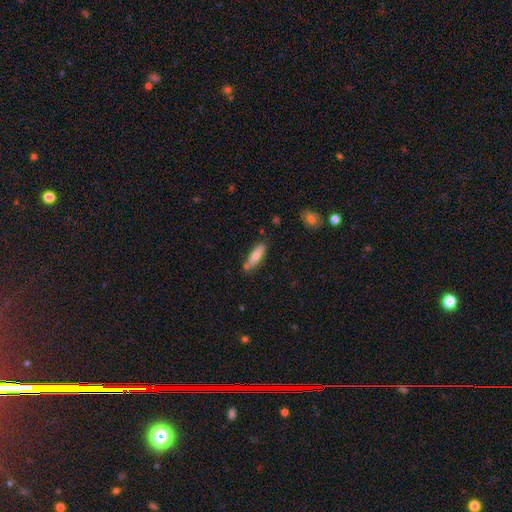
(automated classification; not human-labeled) smooth_or_featured: smooth (p=0.73) [alt: featured or disk p=0.20]
how_rounded: cigar-shaped (p=0.56) [alt: in between p=0.42]
merging: none (p=0.70) [alt: minor disturbance p=0.19]